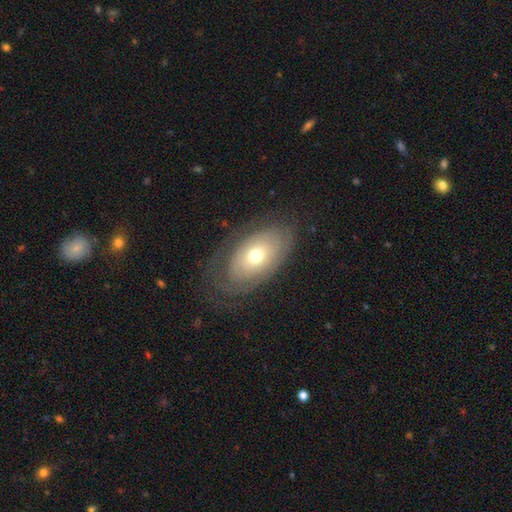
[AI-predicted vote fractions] smooth-or-featured: featured or disk: 52% | smooth: 42% | star or artifact: 7%
  disk-edge-on: no: 89% | yes: 11%
  merging: none: 70% | minor disturbance: 18% | major disturbance: 11% | merger: 1%